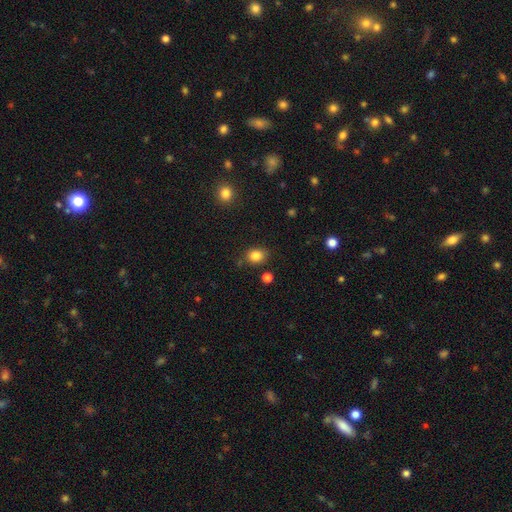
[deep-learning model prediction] Smooth or featured: smooth — 84% (star or artifact — 11%)
How rounded: round — 55% (in between — 44%)
Merging: none — 80% (minor disturbance — 13%)